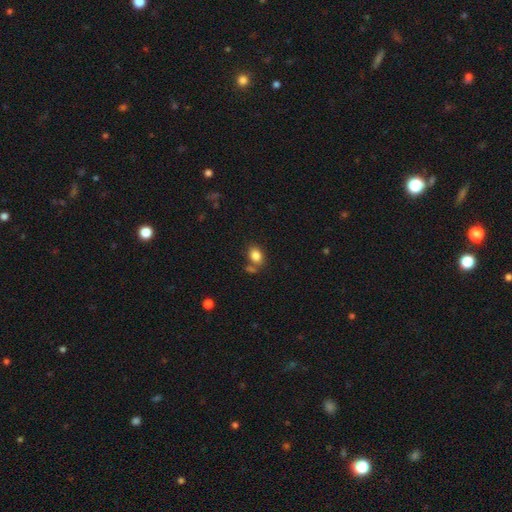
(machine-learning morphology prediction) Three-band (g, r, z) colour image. It shows a smooth galaxy with no disk features (83%) that is in between round and cigar-shaped (69%). Merging: none (64%).